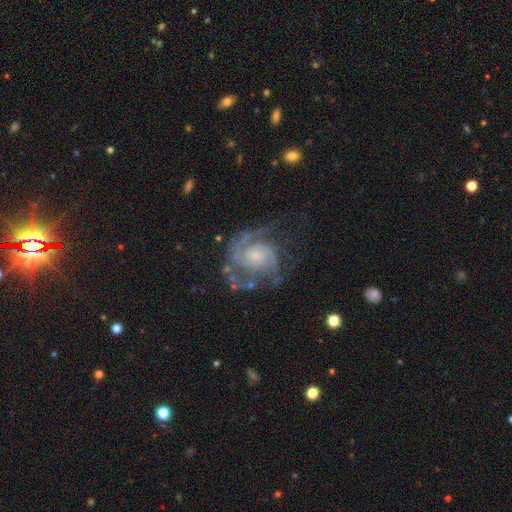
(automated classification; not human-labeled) Smooth or featured: featured or disk — 89% (smooth — 6%)
Edge-on disk: no — 98% (yes — 2%)
Bar: no — 70% (weak — 25%)
Spiral arms: yes — 97% (no — 3%)
Spiral winding: tight — 49% (medium — 41%)
Spiral arm count: 2 — 64% (3 — 12%)
Bulge size: small — 61% (moderate — 25%)
Merging: none — 65% (minor disturbance — 18%)